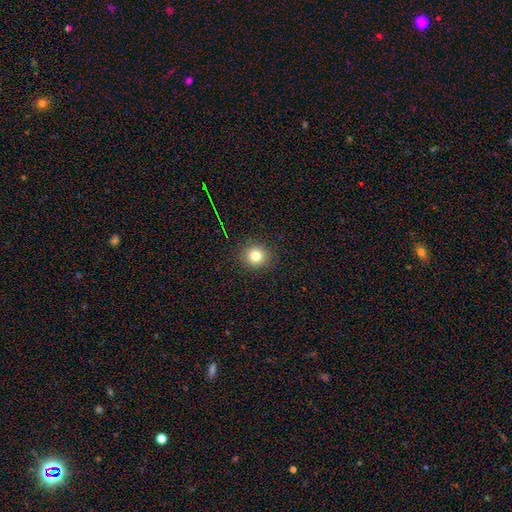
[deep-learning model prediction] Smooth or featured?
  - smooth: 80% *
  - star or artifact: 14%
  - featured or disk: 7%
How rounded?
  - round: 89% *
  - in between: 10%
  - cigar-shaped: 1%
Merging?
  - none: 91% *
  - minor disturbance: 6%
  - major disturbance: 2%
  - merger: 1%